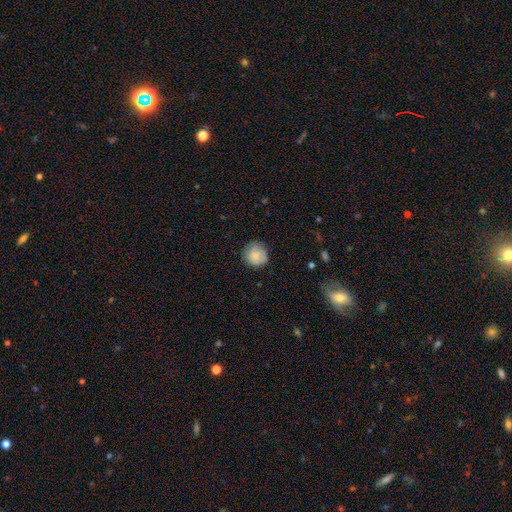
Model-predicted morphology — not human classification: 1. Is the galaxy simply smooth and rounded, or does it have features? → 79% smooth, 13% featured or disk, 8% star or artifact.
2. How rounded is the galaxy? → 90% round, 9% in between, 1% cigar-shaped.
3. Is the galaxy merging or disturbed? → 75% none, 20% minor disturbance, 4% major disturbance, 1% merger.